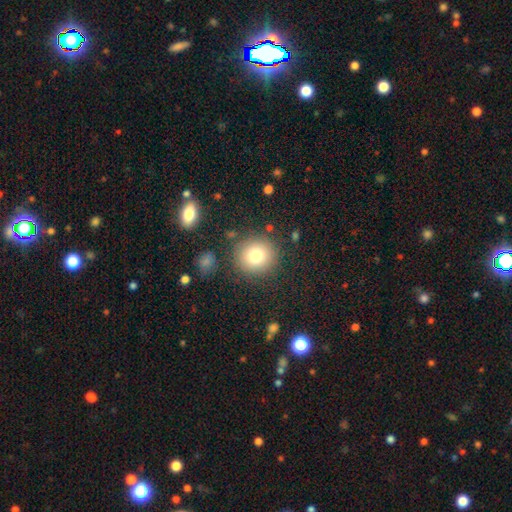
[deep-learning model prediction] smooth 77%, star or artifact 12%, featured or disk 11%. Down the decision tree: how rounded — round (91%); merging — none (84%).